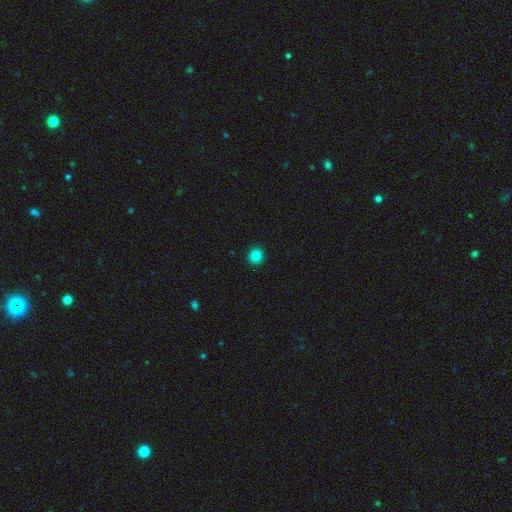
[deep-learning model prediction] The model was most divided on "smooth or featured": smooth: 84%, star or artifact: 12%, featured or disk: 5%. More confident: merging — none (93%); how rounded — round (93%).